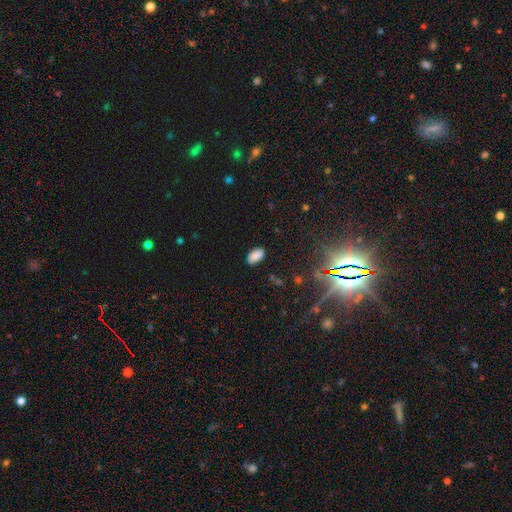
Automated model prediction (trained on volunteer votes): Morphology: type=smooth (82%); roundness=in between (93%); merging=none (84%).